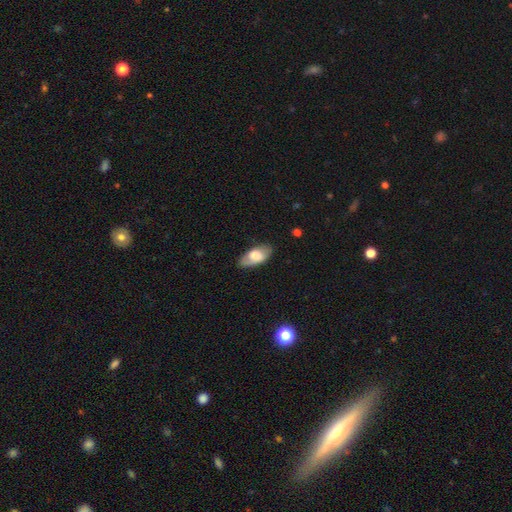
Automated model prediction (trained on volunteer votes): Smooth or featured? smooth (68%)
How rounded? in between (91%)
Merging? none (78%)